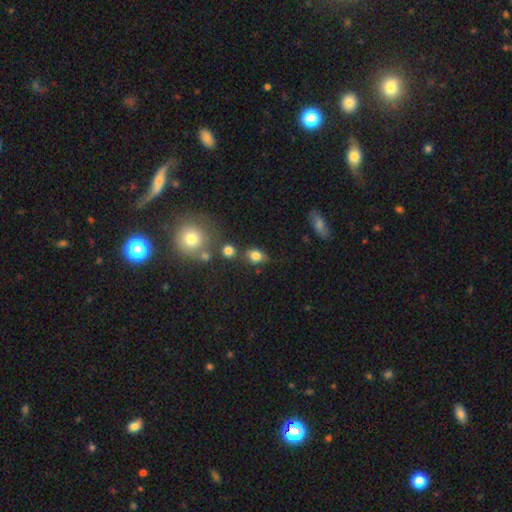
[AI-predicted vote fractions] A smooth galaxy with no disk features (79%) that is in between round and cigar-shaped (52%). Merging: none (62%).